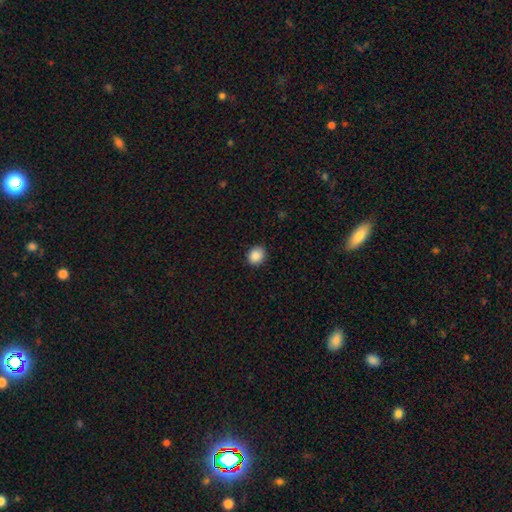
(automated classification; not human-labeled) The model was most divided on "how rounded": round: 74%, in between: 25%, cigar-shaped: 1%. More confident: merging — none (88%); smooth or featured — smooth (88%).